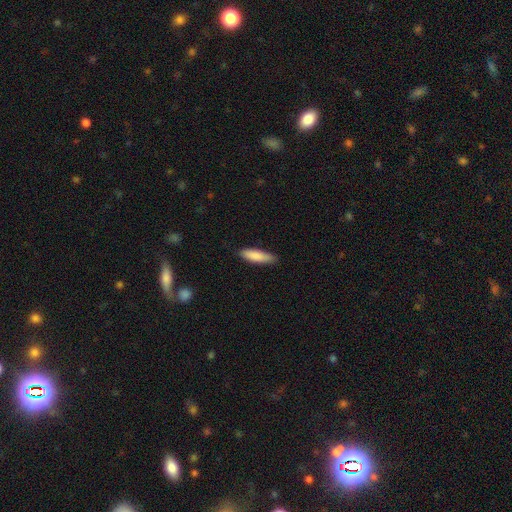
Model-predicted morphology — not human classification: This is clearly a smooth galaxy (86%). How rounded: likely cigar-shaped (63%). Merging: clearly none (83%).